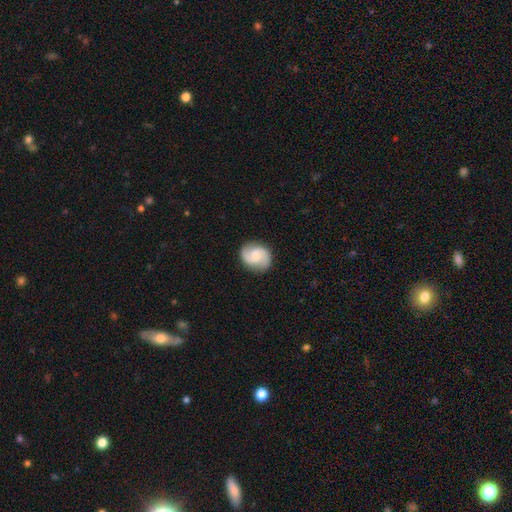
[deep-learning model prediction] Q: Smooth or featured?
A: featured or disk (75%); runner-up: smooth (19%)
Q: Edge-on disk?
A: no (98%); runner-up: yes (2%)
Q: Bar?
A: no (50%); runner-up: weak (43%)
Q: Spiral arms?
A: yes (97%); runner-up: no (3%)
Q: Spiral winding?
A: medium (52%); runner-up: loose (27%)
Q: Spiral arm count?
A: 2 (92%); runner-up: can't tell (3%)
Q: Bulge size?
A: small (34%); runner-up: moderate (31%)
Q: Merging?
A: none (85%); runner-up: minor disturbance (11%)